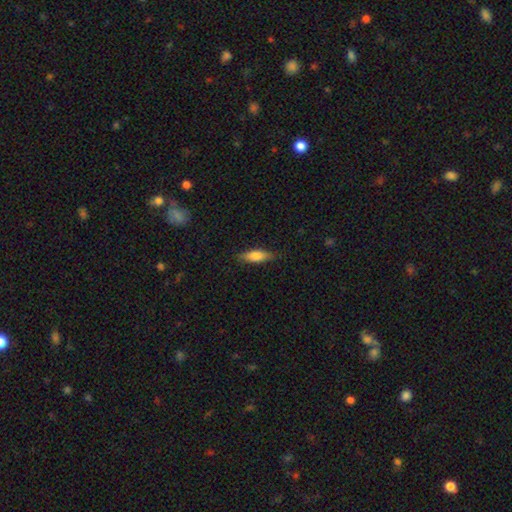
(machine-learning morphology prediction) The model was most divided on "how rounded": cigar-shaped: 51%, in between: 47%, round: 2%. More confident: merging — none (84%); smooth or featured — smooth (74%).